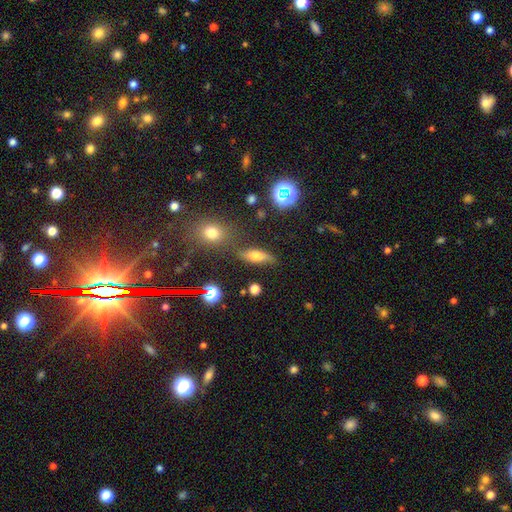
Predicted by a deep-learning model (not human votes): A smooth galaxy with no disk features (56%) that is in between round and cigar-shaped (60%).

Vote fractions:
- Smooth or featured? smooth: 56% / featured or disk: 28% / star or artifact: 15%
- How rounded? in between: 60% / cigar-shaped: 32% / round: 8%
- Merging? none: 70% / minor disturbance: 18% / merger: 6% / major disturbance: 6%